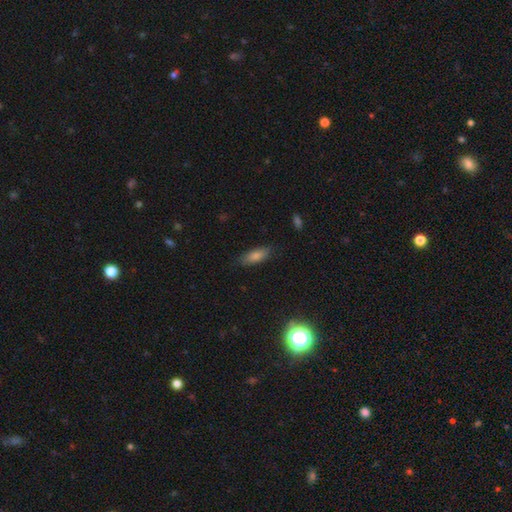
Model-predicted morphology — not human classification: Smooth or featured: smooth — 73% (featured or disk — 15%)
How rounded: in between — 67% (cigar-shaped — 30%)
Merging: none — 84% (minor disturbance — 12%)